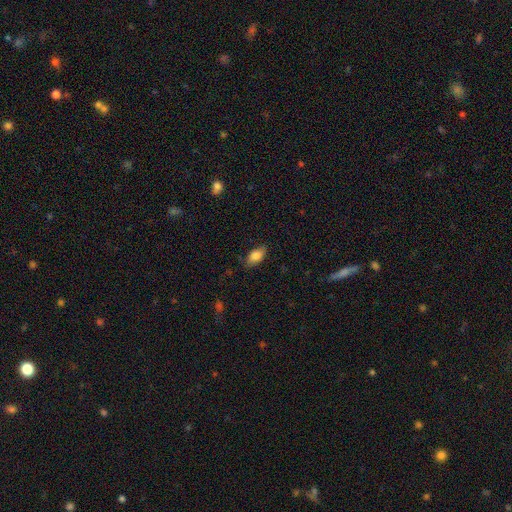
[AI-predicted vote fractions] The model was most divided on "merging": none: 76%, minor disturbance: 19%, major disturbance: 4%, merger: 1%. More confident: how rounded — in between (88%); smooth or featured — smooth (83%).